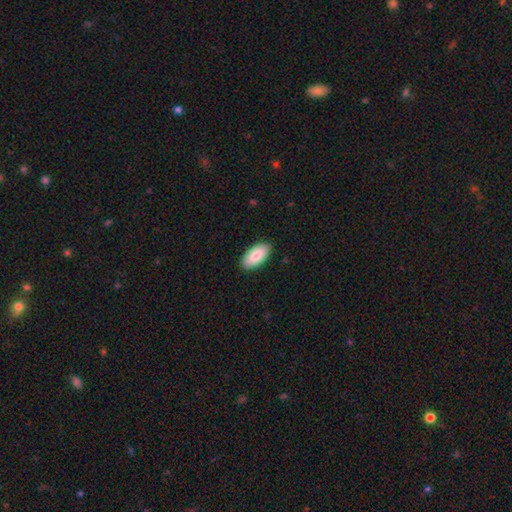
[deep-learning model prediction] Smooth or featured?
  - smooth: 84% *
  - featured or disk: 10%
  - star or artifact: 6%
How rounded?
  - in between: 95% *
  - cigar-shaped: 3%
  - round: 2%
Merging?
  - none: 89% *
  - minor disturbance: 8%
  - major disturbance: 2%
  - merger: 1%